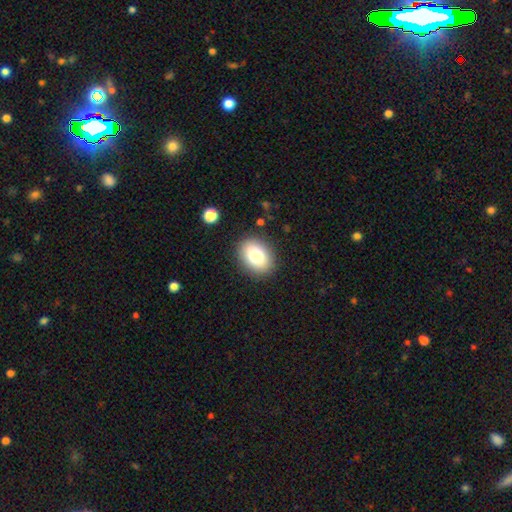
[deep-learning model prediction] smooth_or_featured: smooth (p=0.79) [alt: featured or disk p=0.11]
how_rounded: in between (p=0.67) [alt: round p=0.32]
merging: none (p=0.87) [alt: minor disturbance p=0.09]